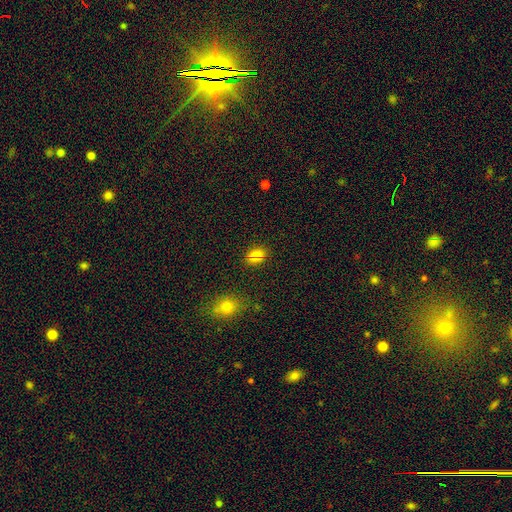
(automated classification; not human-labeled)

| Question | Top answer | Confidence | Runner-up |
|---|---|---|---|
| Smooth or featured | smooth | 76% | star or artifact (14%) |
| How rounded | in between | 66% | round (32%) |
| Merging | none | 80% | minor disturbance (12%) |